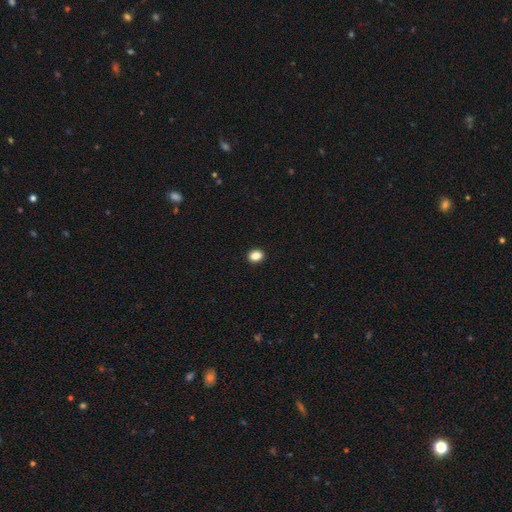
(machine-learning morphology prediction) Smooth or featured: smooth — 86% (star or artifact — 10%)
How rounded: in between — 56% (round — 43%)
Merging: none — 92% (minor disturbance — 5%)